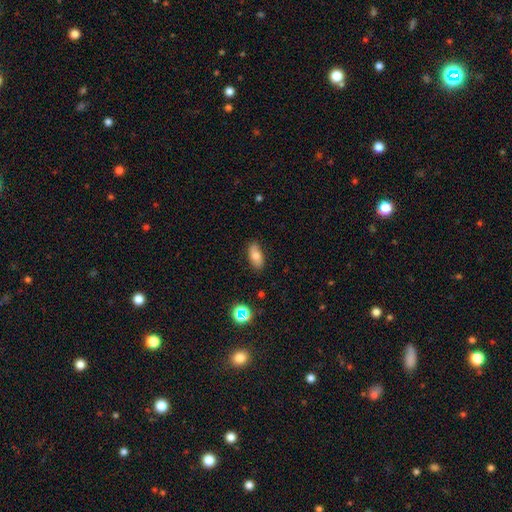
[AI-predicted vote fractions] smooth 73%, featured or disk 17%, star or artifact 10%. Down the decision tree: how rounded — in between (87%); merging — none (83%).